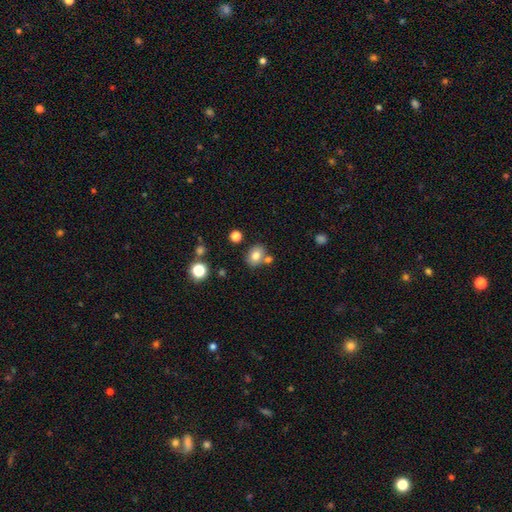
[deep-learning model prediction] The model was most divided on "how rounded": in between: 53%, round: 46%, cigar-shaped: 1%. More confident: smooth or featured — smooth (77%); merging — none (68%).